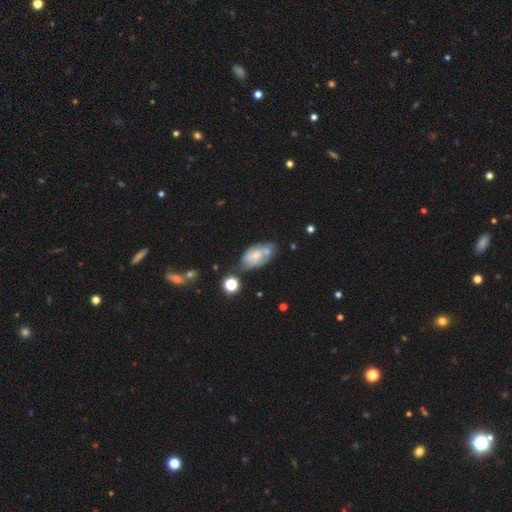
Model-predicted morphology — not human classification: Smooth or featured?
  - featured or disk: 52% *
  - smooth: 39%
  - star or artifact: 9%
Edge-on disk?
  - no: 94% *
  - yes: 6%
Merging?
  - none: 42% *
  - minor disturbance: 26%
  - merger: 20%
  - major disturbance: 12%